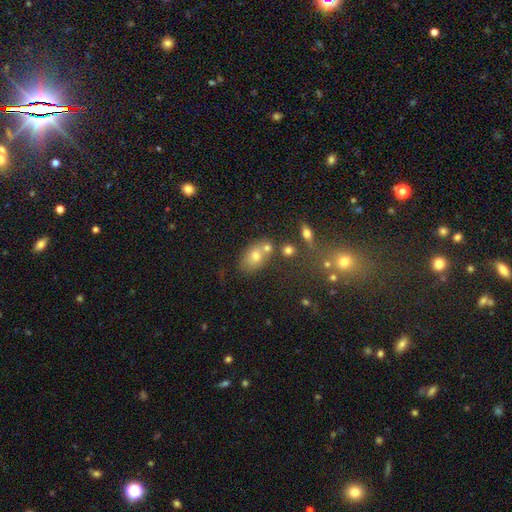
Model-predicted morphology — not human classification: smooth_or_featured: smooth (p=0.66) [alt: featured or disk p=0.20]
how_rounded: in between (p=0.78) [alt: round p=0.20]
merging: none (p=0.51) [alt: merger p=0.31]